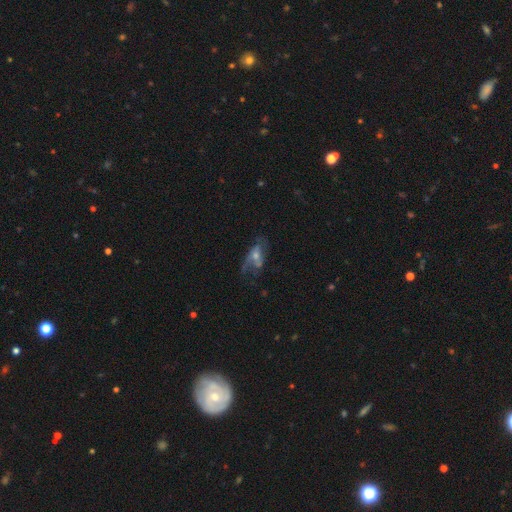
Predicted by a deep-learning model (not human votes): Smooth or featured? Predicted: featured or disk (p=0.62). Edge-on disk? Predicted: no (p=0.90). Bar? Predicted: no (p=0.68). Spiral arms? Predicted: yes (p=0.66). Bulge size? Predicted: moderate (p=0.45). Merging? Predicted: none (p=0.44).